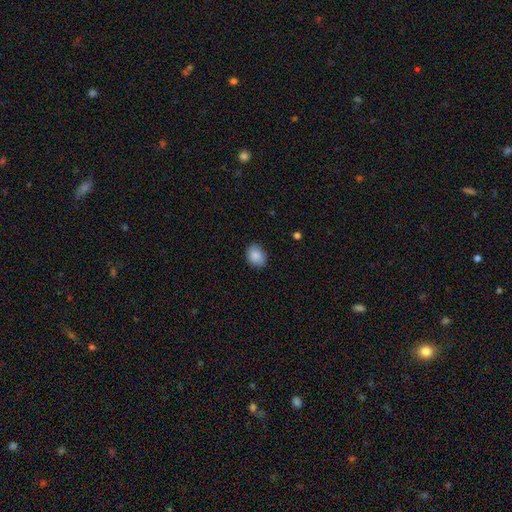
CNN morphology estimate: smooth_or_featured: smooth (p=0.88) [alt: star or artifact p=0.08]
how_rounded: in between (p=0.59) [alt: round p=0.40]
merging: none (p=0.85) [alt: minor disturbance p=0.11]